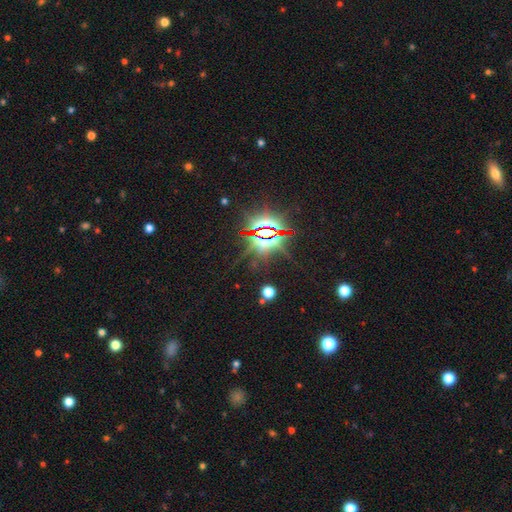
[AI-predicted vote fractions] This appears to be a star or artifact, not a galaxy (84%).